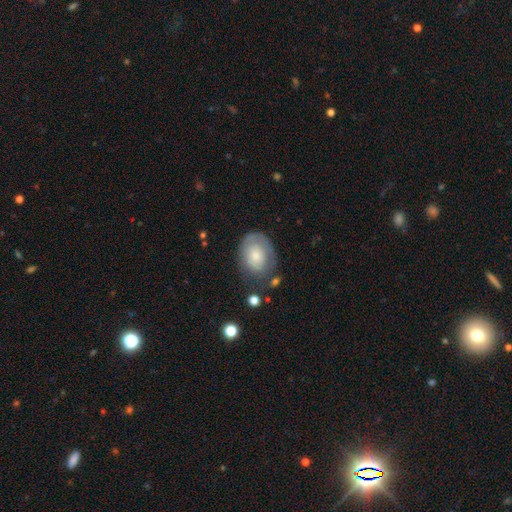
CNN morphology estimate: Smooth or featured?
  - smooth: 68% *
  - featured or disk: 25%
  - star or artifact: 7%
How rounded?
  - in between: 64% *
  - round: 35%
  - cigar-shaped: 1%
Merging?
  - none: 59% *
  - minor disturbance: 25%
  - major disturbance: 12%
  - merger: 4%